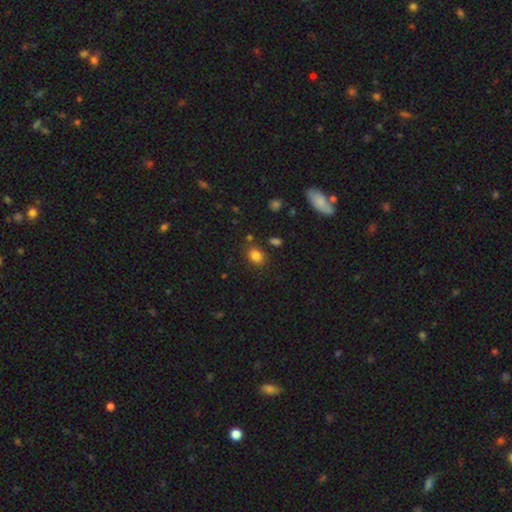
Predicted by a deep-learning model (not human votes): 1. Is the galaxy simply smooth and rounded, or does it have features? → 82% smooth, 12% star or artifact, 6% featured or disk.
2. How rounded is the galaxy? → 61% in between, 38% round, 1% cigar-shaped.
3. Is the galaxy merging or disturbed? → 80% none, 12% minor disturbance, 5% merger, 3% major disturbance.